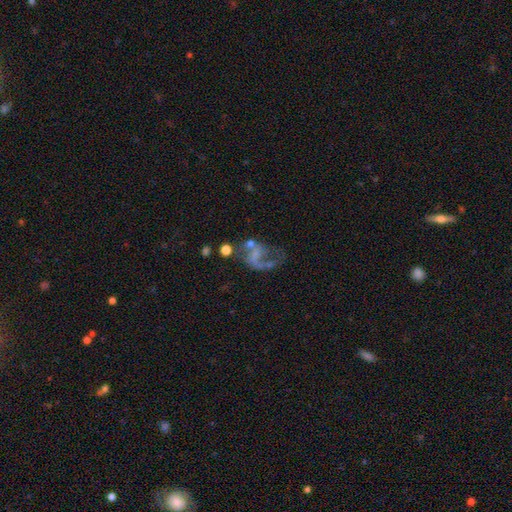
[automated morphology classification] smooth-or-featured: featured or disk: 59% | smooth: 25% | star or artifact: 16%
  disk-edge-on: no: 98% | yes: 2%
    bar: no: 63% | weak: 26% | strong: 11%
    has-spiral-arms: yes: 55% | no: 45%
    bulge-size: none: 67% | small: 19% | moderate: 10% | large: 3% | dominant: 1%
  merging: major disturbance: 42% | none: 27% | merger: 16% | minor disturbance: 15%